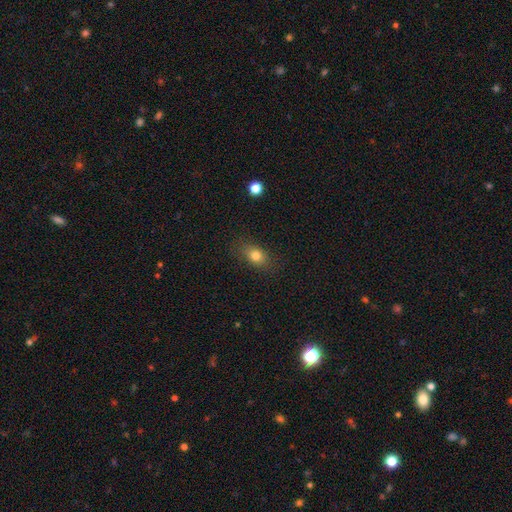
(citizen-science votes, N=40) A smooth galaxy with no disk features (78%) that is in between round and cigar-shaped (87%). Merging: none (86%).